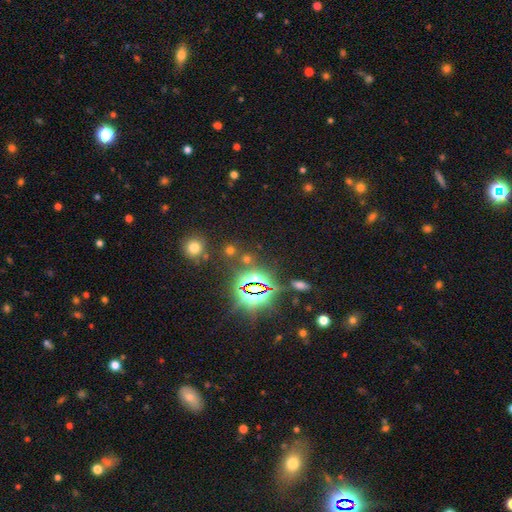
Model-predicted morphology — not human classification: Smooth or featured? Predicted: star or artifact (p=0.80).